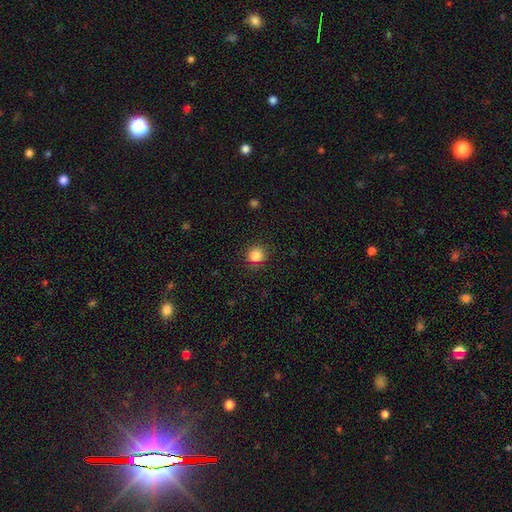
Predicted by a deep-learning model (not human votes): A smooth galaxy with no disk features (84%) that is round (92%). Merging: none (88%).